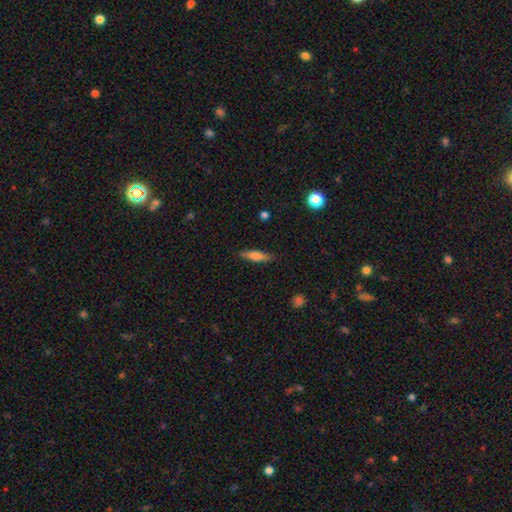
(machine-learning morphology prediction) smooth 68%, featured or disk 25%, star or artifact 7%. Down the decision tree: how rounded — cigar-shaped (73%); merging — none (85%).